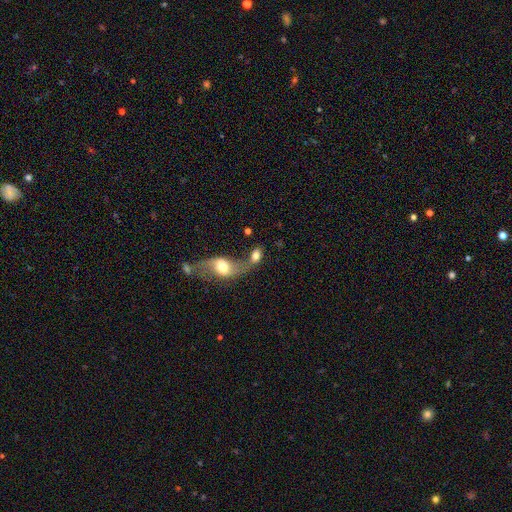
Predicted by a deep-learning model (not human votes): A smooth galaxy with no disk features (67%) that is in between round and cigar-shaped (76%).

Vote fractions:
- Smooth or featured? smooth: 67% / featured or disk: 24% / star or artifact: 9%
- How rounded? in between: 76% / round: 20% / cigar-shaped: 3%
- Merging? merger: 54% / none: 27% / minor disturbance: 10% / major disturbance: 9%